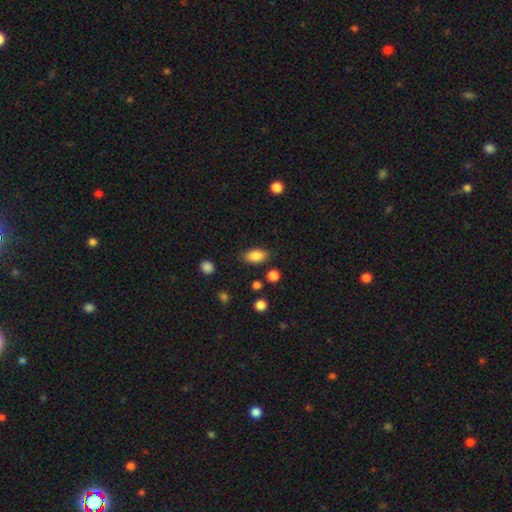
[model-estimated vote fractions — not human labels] A smooth galaxy with no disk features (86%) that is in between round and cigar-shaped (90%).

Vote fractions:
- Smooth or featured? smooth: 86% / star or artifact: 8% / featured or disk: 6%
- How rounded? in between: 90% / round: 7% / cigar-shaped: 3%
- Merging? none: 82% / minor disturbance: 12% / major disturbance: 3% / merger: 3%